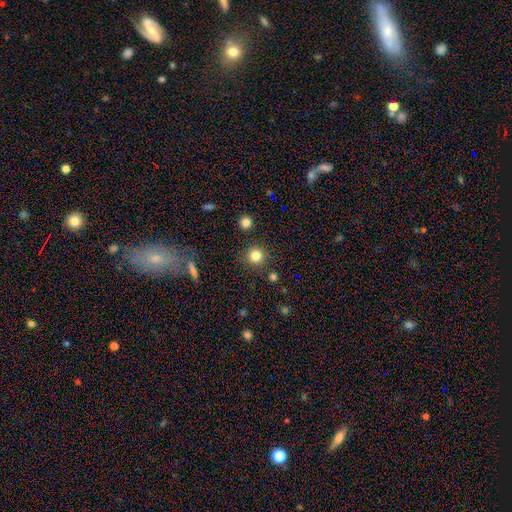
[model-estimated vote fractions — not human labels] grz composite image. It shows a smooth galaxy with no disk features (82%) that is round (94%). Merging: none (87%).